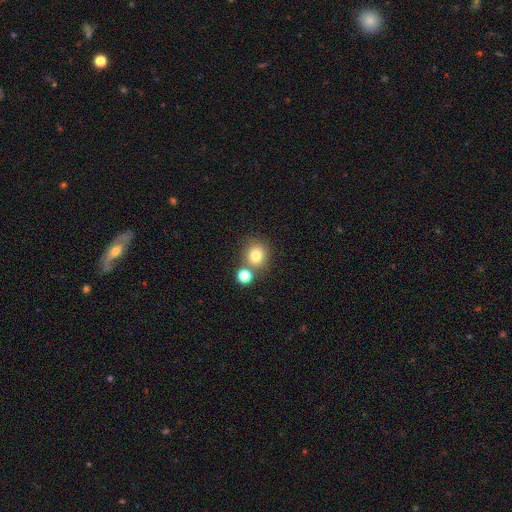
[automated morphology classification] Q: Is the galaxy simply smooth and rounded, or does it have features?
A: smooth — 78%.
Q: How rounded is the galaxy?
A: round — 86%.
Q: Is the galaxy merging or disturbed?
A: none — 67%.